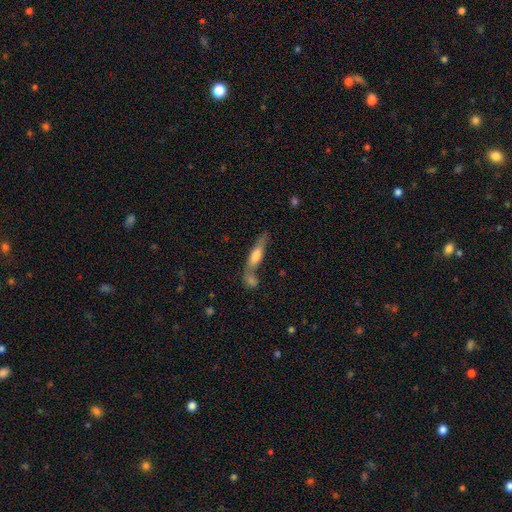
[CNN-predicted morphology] Overall: smooth (58%; featured or disk 35%). How rounded: cigar-shaped (73%). Merging: none (46%; merger 33%).